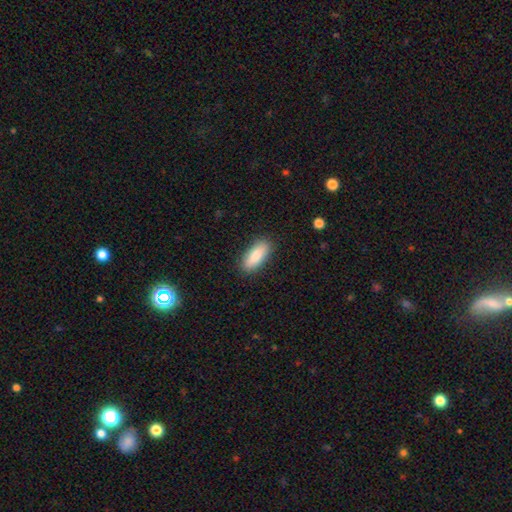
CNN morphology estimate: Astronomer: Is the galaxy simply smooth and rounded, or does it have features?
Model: smooth — 87%.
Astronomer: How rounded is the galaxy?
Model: in between — 78%.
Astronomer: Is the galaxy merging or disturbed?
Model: none — 88%.